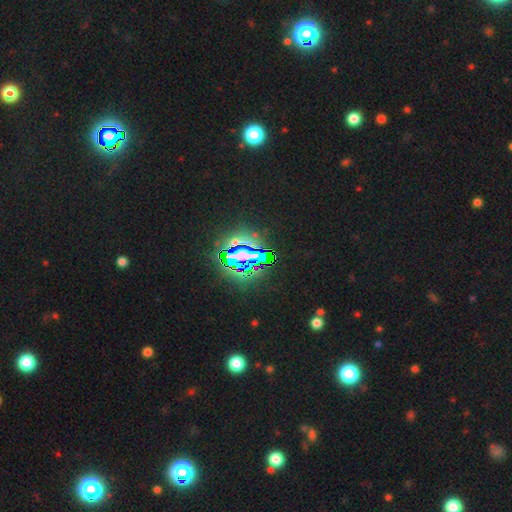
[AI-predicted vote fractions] smooth-or-featured: star or artifact: 79% | smooth: 11% | featured or disk: 10%